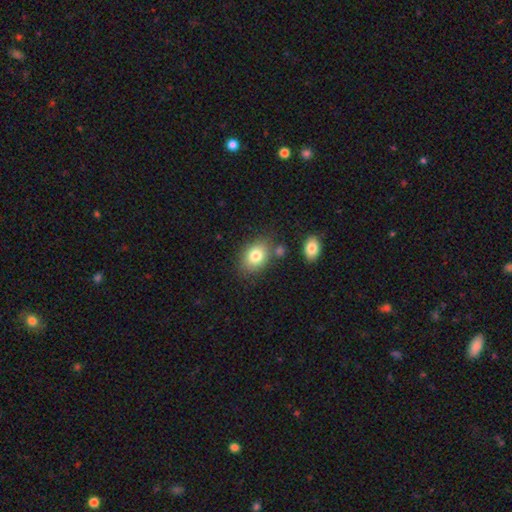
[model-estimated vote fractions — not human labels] Smooth or featured: smooth — 80% (featured or disk — 11%)
How rounded: in between — 73% (round — 26%)
Merging: none — 72% (minor disturbance — 13%)